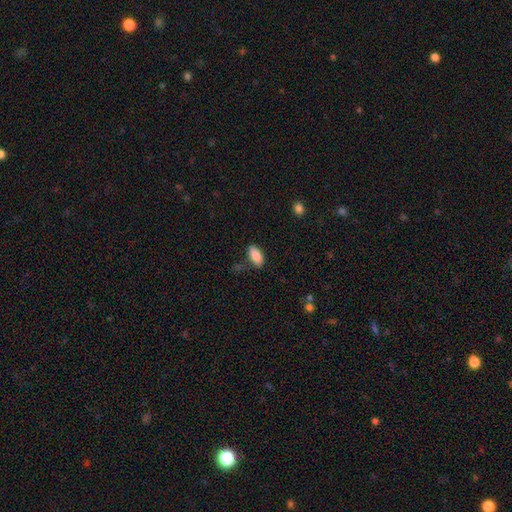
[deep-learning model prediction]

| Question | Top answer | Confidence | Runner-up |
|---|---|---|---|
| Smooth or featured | smooth | 86% | star or artifact (7%) |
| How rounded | in between | 88% | cigar-shaped (10%) |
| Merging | none | 74% | minor disturbance (18%) |